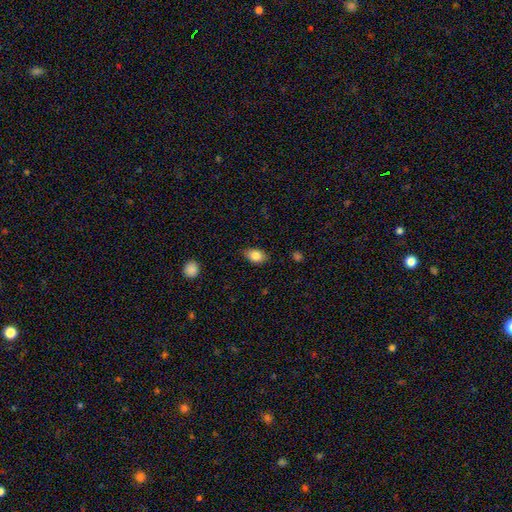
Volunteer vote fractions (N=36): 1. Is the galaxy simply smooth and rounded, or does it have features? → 78% smooth, 14% featured or disk, 8% star or artifact.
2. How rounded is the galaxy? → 82% in between, 18% round, 0% cigar-shaped.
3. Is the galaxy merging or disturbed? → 97% none, 3% minor disturbance, 0% major disturbance, 0% merger.